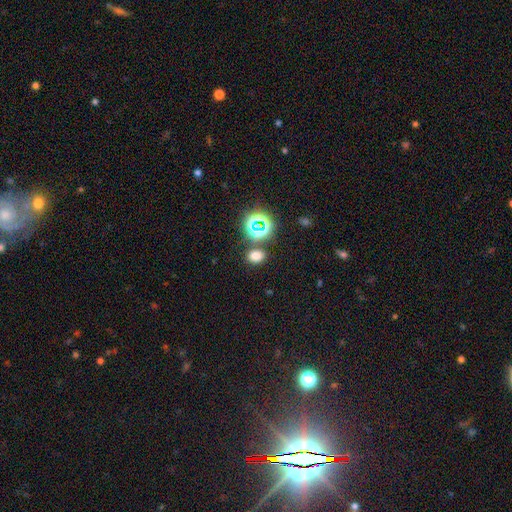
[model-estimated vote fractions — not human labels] This is likely a smooth galaxy (70%). How rounded: possibly in between (58%). Merging: clearly none (80%).